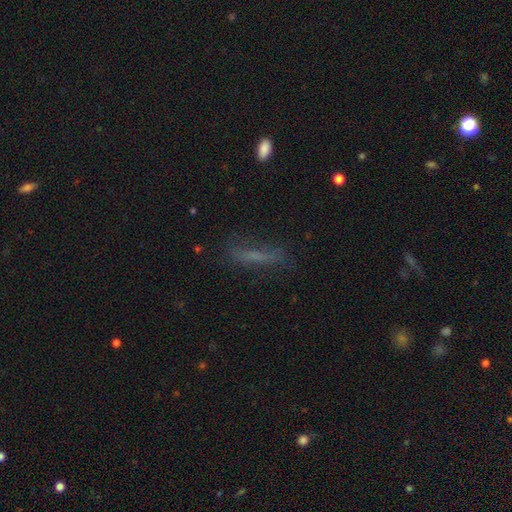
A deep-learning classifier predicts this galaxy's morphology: type=smooth (49%); merging=none (72%).